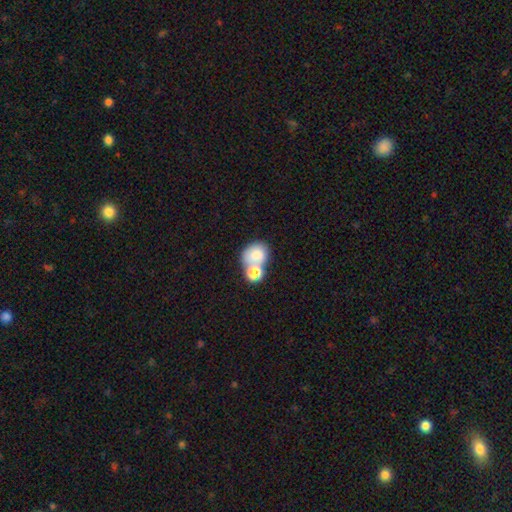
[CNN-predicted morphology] smooth 76%, featured or disk 14%, star or artifact 10%. Down the decision tree: how rounded — round (53%); merging — merger (52%).